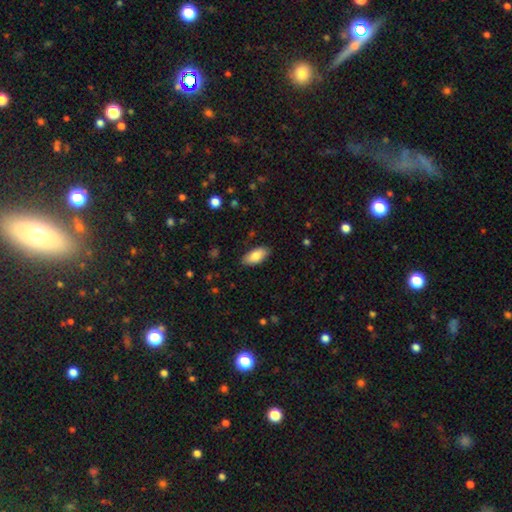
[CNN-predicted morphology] smooth 84%, featured or disk 10%, star or artifact 6%. Down the decision tree: how rounded — in between (91%); merging — none (87%).